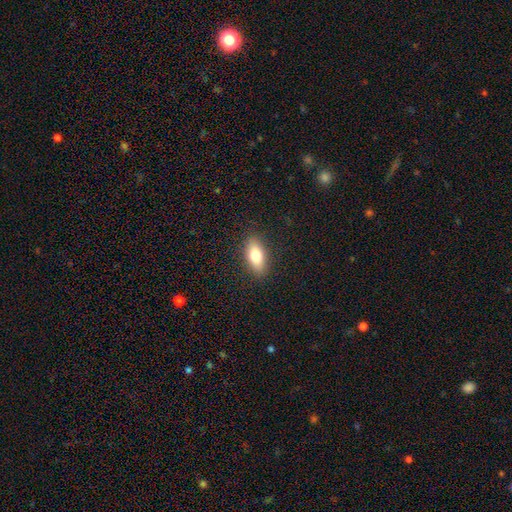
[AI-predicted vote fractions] A smooth galaxy with no disk features (78%) that is in between round and cigar-shaped (81%). Merging: none (88%).